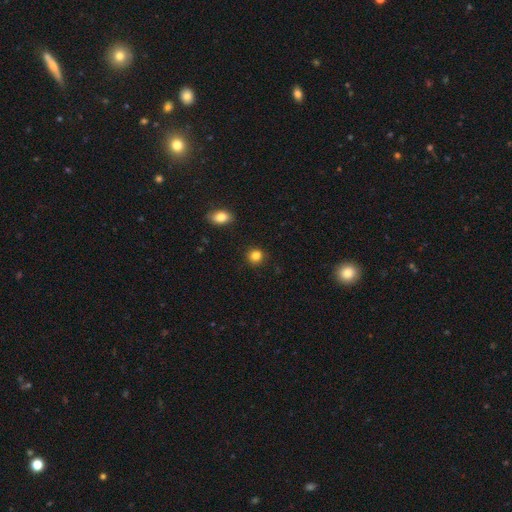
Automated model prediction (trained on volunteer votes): Q: Smooth or featured?
A: smooth (84%); runner-up: star or artifact (11%)
Q: How rounded?
A: round (87%); runner-up: in between (12%)
Q: Merging?
A: none (89%); runner-up: minor disturbance (8%)